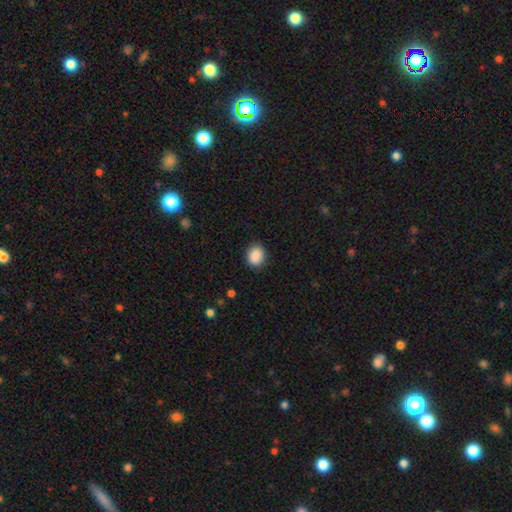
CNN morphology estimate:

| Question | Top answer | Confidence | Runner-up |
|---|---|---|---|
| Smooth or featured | smooth | 89% | star or artifact (8%) |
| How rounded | round | 56% | in between (43%) |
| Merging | none | 87% | minor disturbance (10%) |